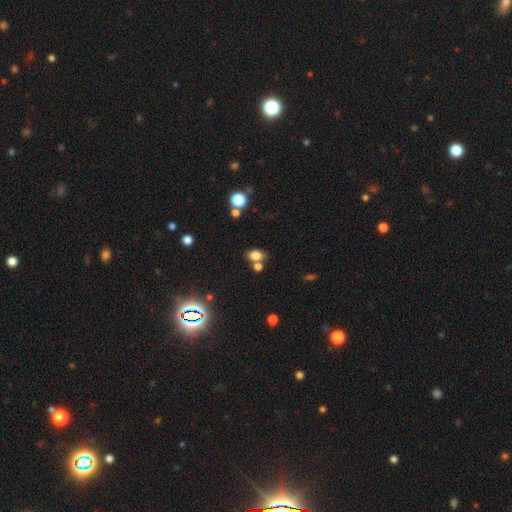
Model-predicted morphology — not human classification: A smooth galaxy with no disk features (76%) that is in between round and cigar-shaped (76%).

Vote fractions:
- Smooth or featured? smooth: 76% / star or artifact: 15% / featured or disk: 9%
- How rounded? in between: 76% / round: 22% / cigar-shaped: 2%
- Merging? none: 61% / merger: 23% / minor disturbance: 12% / major disturbance: 4%